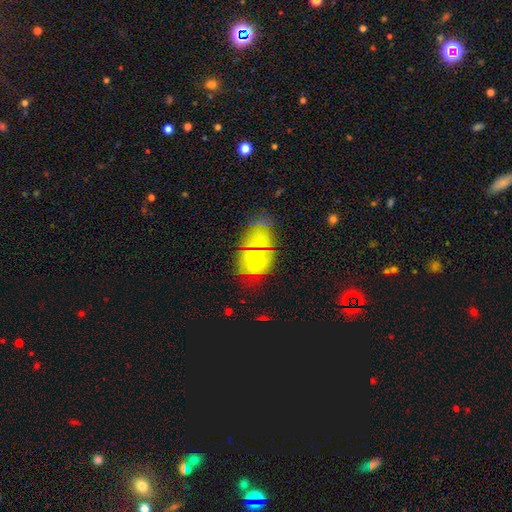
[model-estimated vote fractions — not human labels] smooth-or-featured: smooth: 45% | featured or disk: 32% | star or artifact: 22%
  merging: none: 57% | minor disturbance: 23% | major disturbance: 13% | merger: 7%